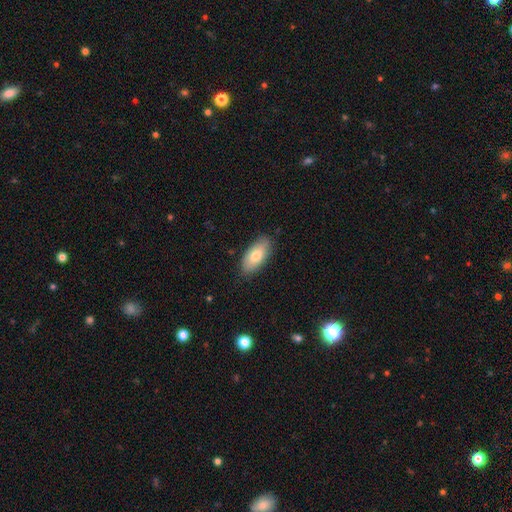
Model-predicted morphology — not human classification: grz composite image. It shows a smooth galaxy with no disk features (77%) that is in between round and cigar-shaped (89%). Merging: none (84%).